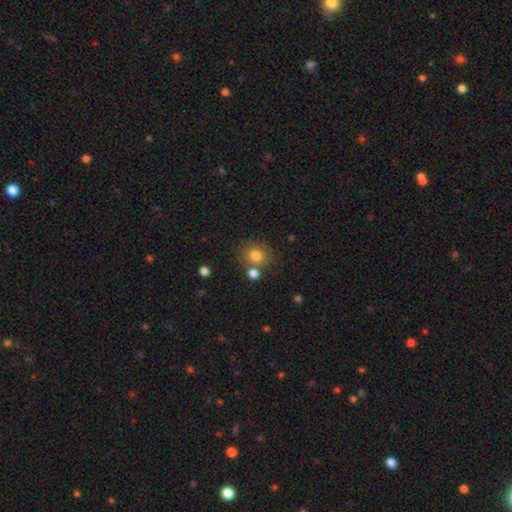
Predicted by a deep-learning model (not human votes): Smooth or featured?
  - smooth: 80% *
  - star or artifact: 12%
  - featured or disk: 9%
How rounded?
  - round: 78% *
  - in between: 21%
  - cigar-shaped: 1%
Merging?
  - none: 67% *
  - merger: 18%
  - minor disturbance: 11%
  - major disturbance: 4%